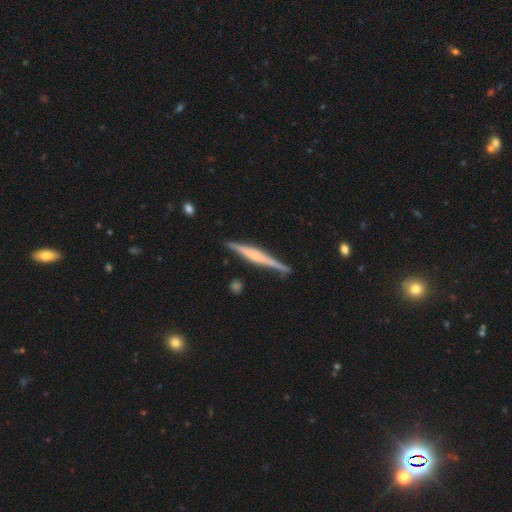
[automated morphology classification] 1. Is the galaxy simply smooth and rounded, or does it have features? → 71% featured or disk, 24% smooth, 5% star or artifact.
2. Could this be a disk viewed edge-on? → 98% yes, 2% no.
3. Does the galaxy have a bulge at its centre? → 48% rounded, 29% boxy, 23% none.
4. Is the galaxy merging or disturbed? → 86% none, 10% minor disturbance, 2% major disturbance, 2% merger.